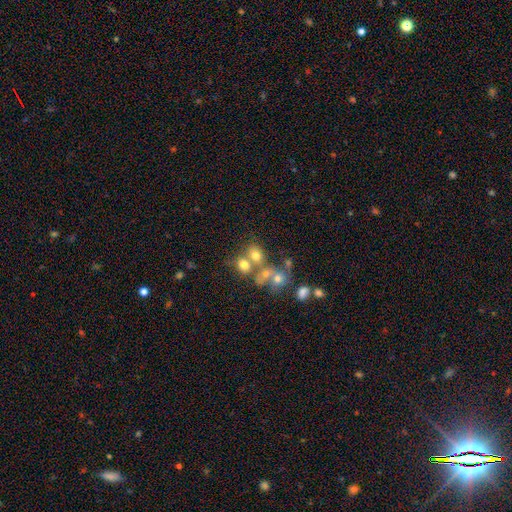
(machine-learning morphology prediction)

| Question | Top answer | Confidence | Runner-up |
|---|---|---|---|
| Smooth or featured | smooth | 65% | featured or disk (19%) |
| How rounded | round | 56% | in between (43%) |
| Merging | merger | 45% | none (37%) |